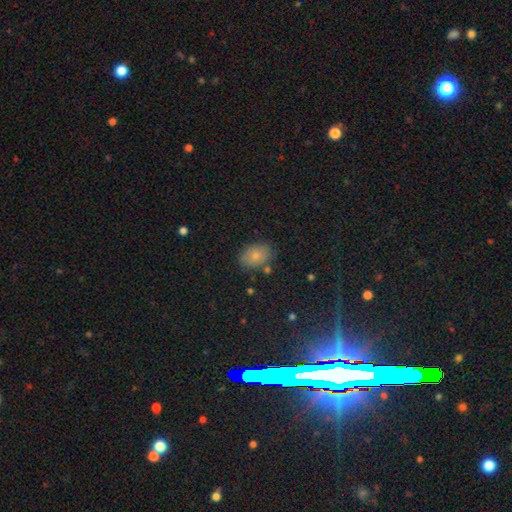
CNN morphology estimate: This is likely a smooth galaxy (79%). How rounded: clearly in between (80%). Merging: likely none (77%).